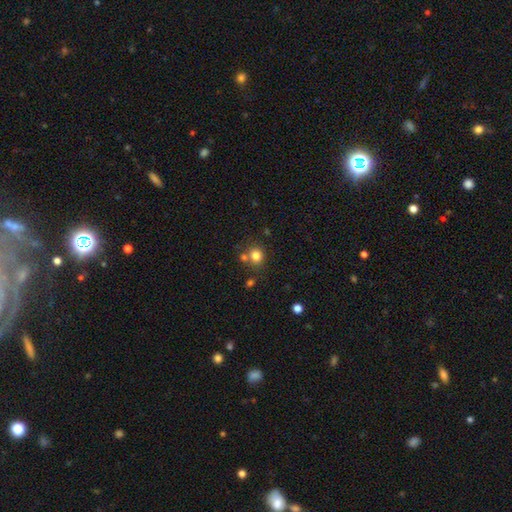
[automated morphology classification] smooth-or-featured: smooth: 80% | star or artifact: 13% | featured or disk: 7%
  how-rounded: round: 81% | in between: 18% | cigar-shaped: 1%
  merging: none: 67% | merger: 19% | minor disturbance: 10% | major disturbance: 4%